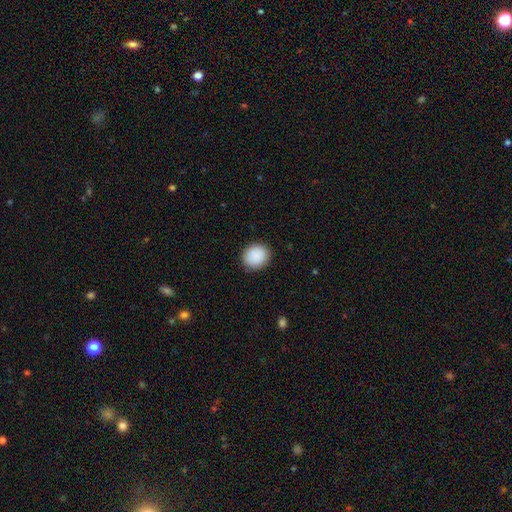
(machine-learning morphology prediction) Smooth or featured? Predicted: smooth (p=0.90). How rounded? Predicted: round (p=0.77). Merging? Predicted: none (p=0.90).